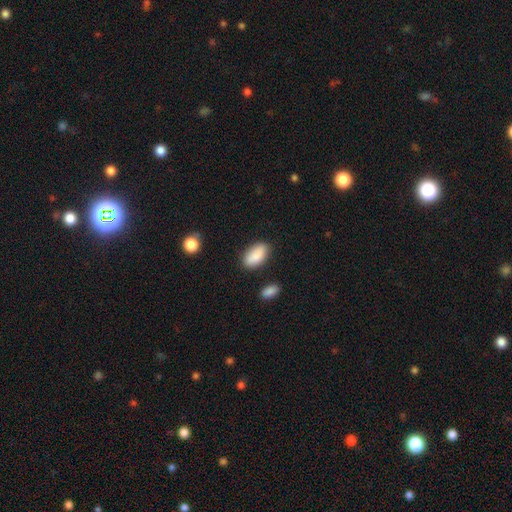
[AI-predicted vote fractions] smooth 89%, star or artifact 6%, featured or disk 5%. Down the decision tree: how rounded — in between (93%); merging — none (83%).